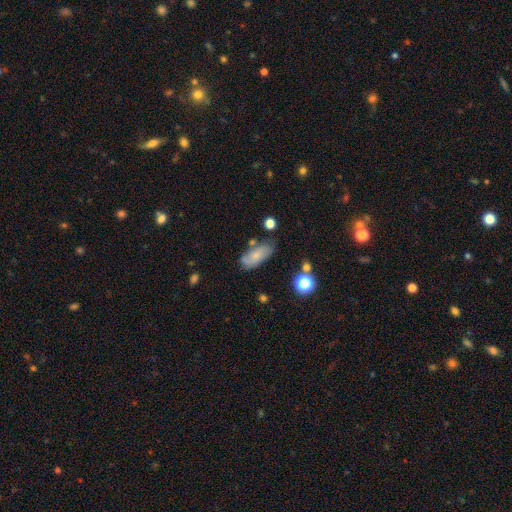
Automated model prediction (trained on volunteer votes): Smooth or featured: smooth — 66% (featured or disk — 25%)
How rounded: in between — 84% (cigar-shaped — 12%)
Merging: none — 61% (minor disturbance — 25%)